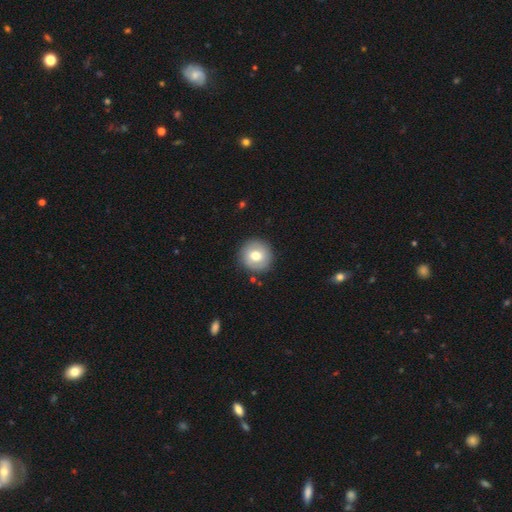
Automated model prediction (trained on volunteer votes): A smooth galaxy with no disk features (69%) that is round (94%).

Vote fractions:
- Smooth or featured? smooth: 69% / featured or disk: 23% / star or artifact: 8%
- How rounded? round: 94% / in between: 5% / cigar-shaped: 1%
- Merging? none: 89% / minor disturbance: 8% / major disturbance: 2% / merger: 1%